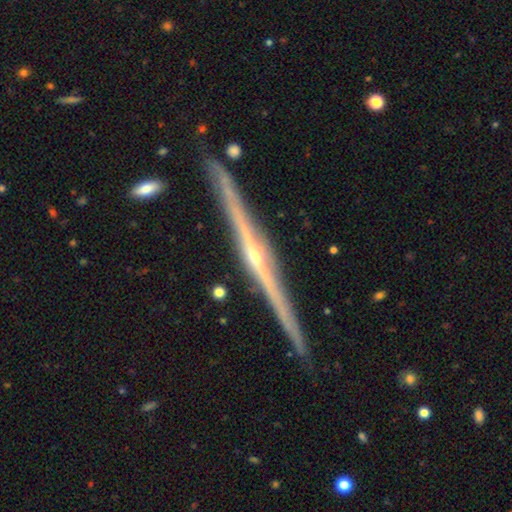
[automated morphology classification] type=featured or disk (89%); edge-on=yes (99%); edge-on bulge=rounded (80%); merging=none (91%).